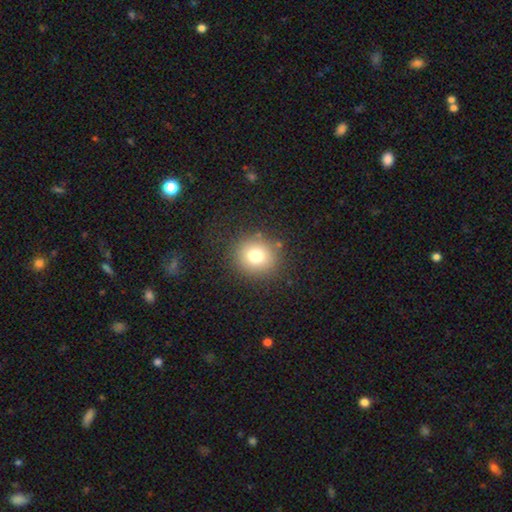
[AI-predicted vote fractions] This appears to be a smooth galaxy with no disk features (75%) that is round (89%). Merging: none (86%).